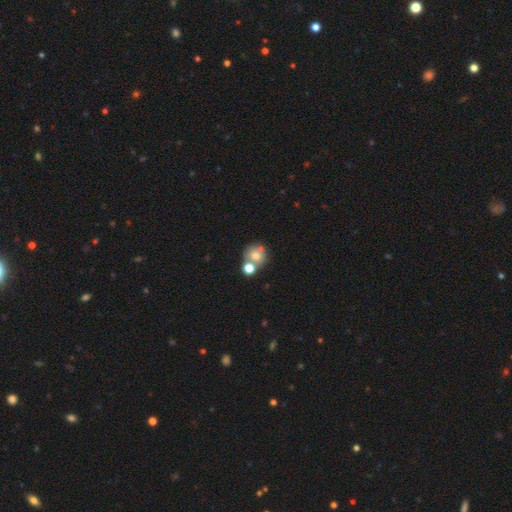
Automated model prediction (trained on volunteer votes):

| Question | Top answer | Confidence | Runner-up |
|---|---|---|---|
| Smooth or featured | smooth | 69% | featured or disk (19%) |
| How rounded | round | 79% | in between (20%) |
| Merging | none | 46% | merger (40%) |